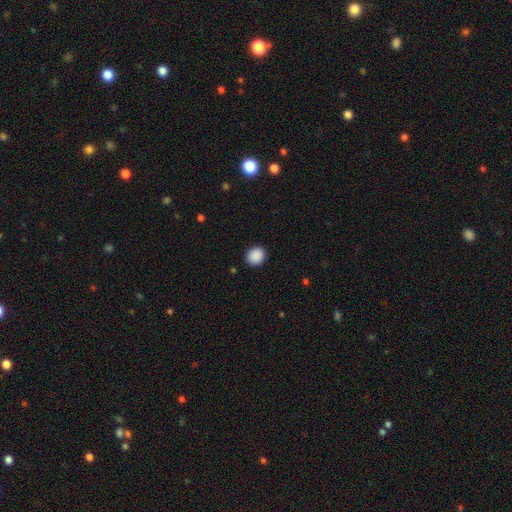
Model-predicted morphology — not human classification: Smooth or featured: smooth — 90% (star or artifact — 8%)
How rounded: round — 83% (in between — 16%)
Merging: none — 91% (minor disturbance — 6%)